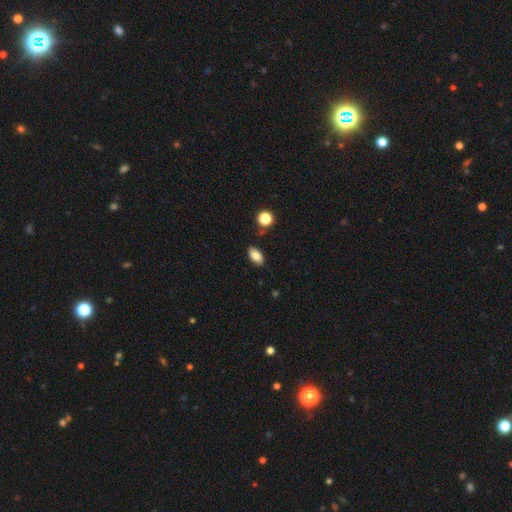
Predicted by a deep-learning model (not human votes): smooth_or_featured: smooth (p=0.83) [alt: star or artifact p=0.09]
how_rounded: in between (p=0.91) [alt: round p=0.05]
merging: none (p=0.84) [alt: minor disturbance p=0.11]